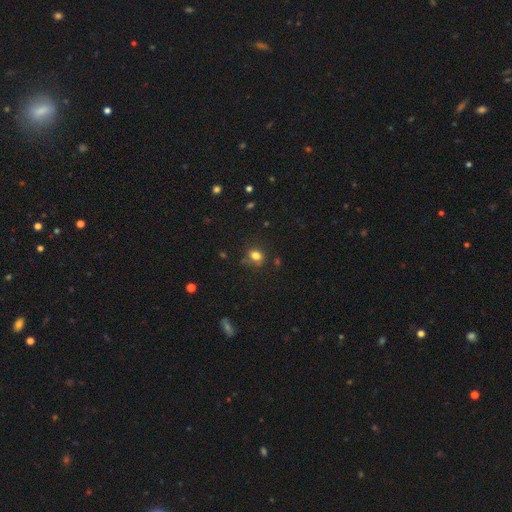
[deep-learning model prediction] Q: Smooth or featured?
A: smooth (79%); runner-up: star or artifact (14%)
Q: How rounded?
A: round (54%); runner-up: in between (45%)
Q: Merging?
A: none (73%); runner-up: minor disturbance (18%)